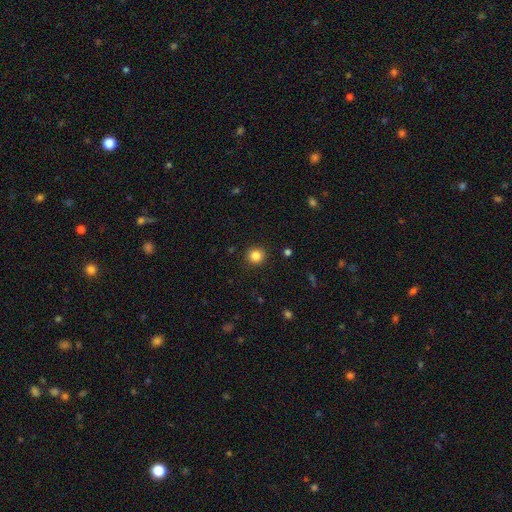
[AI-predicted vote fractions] Q: Smooth or featured?
A: smooth (85%); runner-up: star or artifact (11%)
Q: How rounded?
A: round (93%); runner-up: in between (6%)
Q: Merging?
A: none (92%); runner-up: minor disturbance (5%)